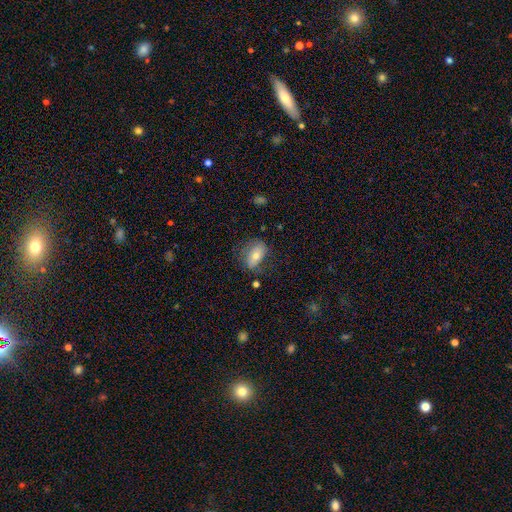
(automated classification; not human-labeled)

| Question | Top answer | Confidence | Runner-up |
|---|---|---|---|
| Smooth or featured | smooth | 60% | featured or disk (30%) |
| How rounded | in between | 83% | round (13%) |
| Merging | none | 61% | minor disturbance (25%) |